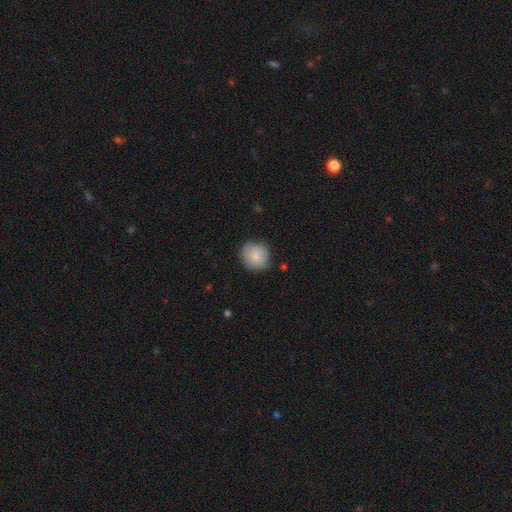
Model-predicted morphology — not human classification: The model was most divided on "merging": none: 77%, minor disturbance: 17%, major disturbance: 4%, merger: 1%. More confident: smooth or featured — smooth (83%); how rounded — round (83%).